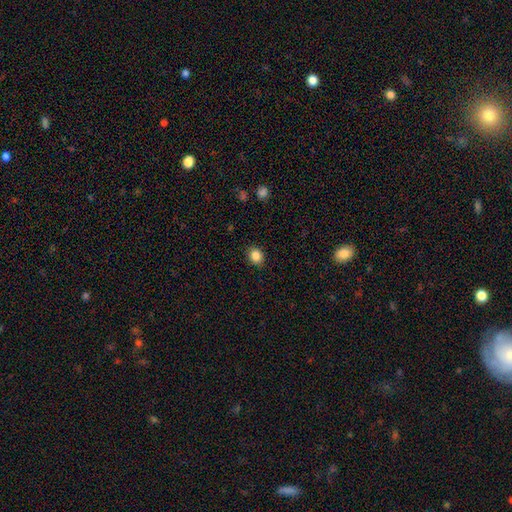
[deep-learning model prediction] Smooth or featured? smooth (86%)
How rounded? round (52%)
Merging? none (89%)